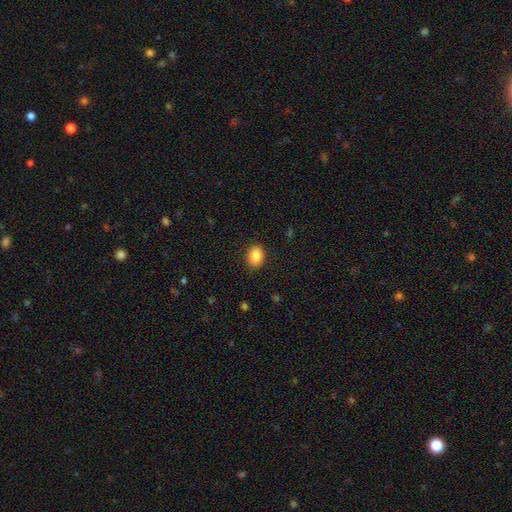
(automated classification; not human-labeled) smooth_or_featured: smooth (p=0.88) [alt: star or artifact p=0.08]
how_rounded: in between (p=0.69) [alt: round p=0.30]
merging: none (p=0.88) [alt: minor disturbance p=0.09]